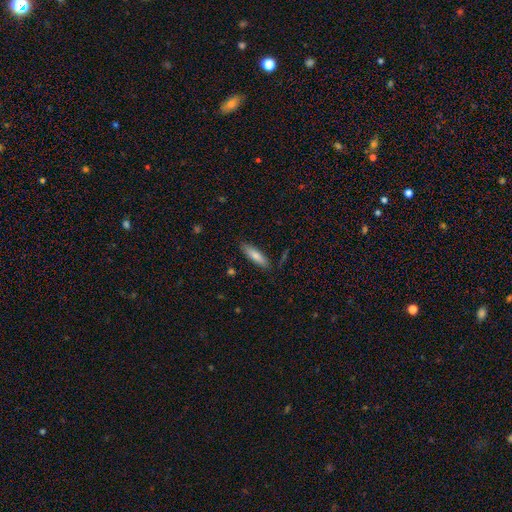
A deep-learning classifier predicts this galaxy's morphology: type=smooth (77%); roundness=cigar-shaped (64%); merging=none (85%).